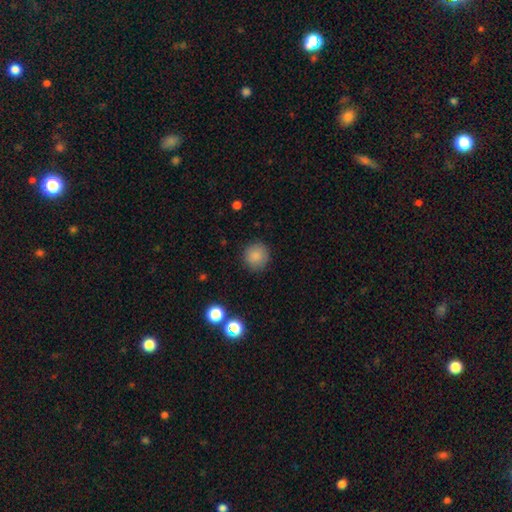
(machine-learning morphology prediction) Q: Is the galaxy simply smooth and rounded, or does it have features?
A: smooth — 86%.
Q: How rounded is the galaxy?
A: round — 93%.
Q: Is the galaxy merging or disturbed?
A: none — 88%.